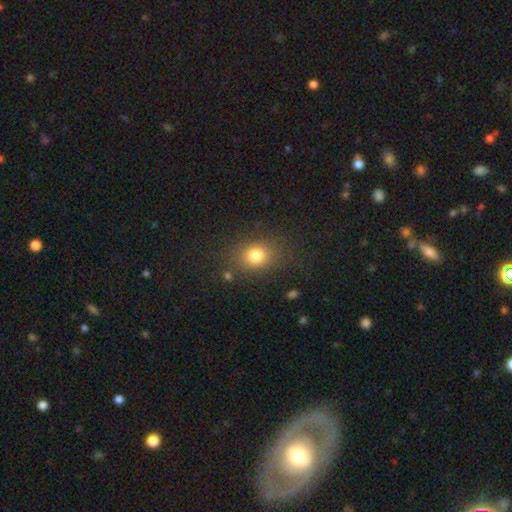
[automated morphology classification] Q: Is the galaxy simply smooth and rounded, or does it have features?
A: smooth — 79%.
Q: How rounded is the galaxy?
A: round — 54%.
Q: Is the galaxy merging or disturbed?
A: none — 81%.